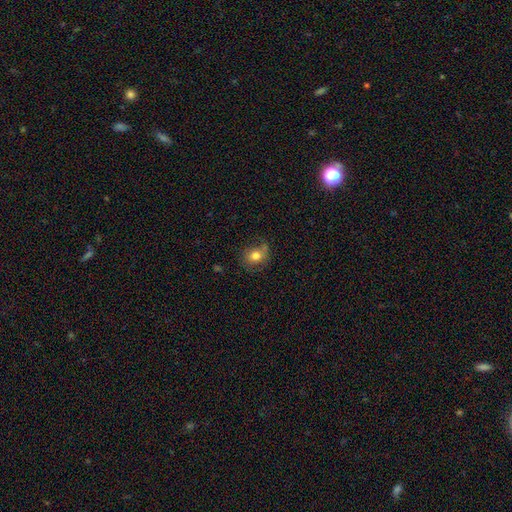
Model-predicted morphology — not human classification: Smooth or featured? Predicted: smooth (p=0.78). How rounded? Predicted: round (p=0.66). Merging? Predicted: none (p=0.66).